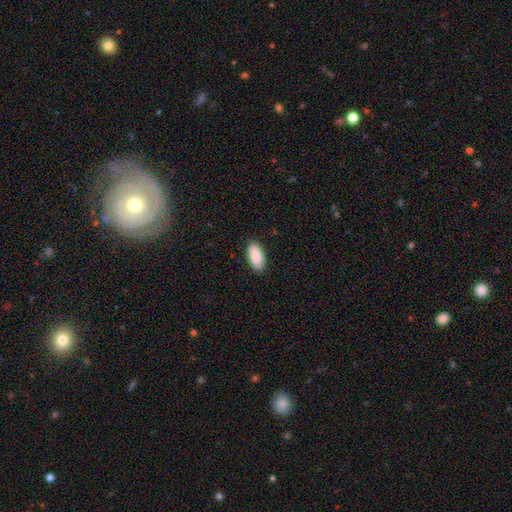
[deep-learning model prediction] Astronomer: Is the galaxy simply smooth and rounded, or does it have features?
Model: smooth — 87%.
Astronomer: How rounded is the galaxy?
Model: in between — 90%.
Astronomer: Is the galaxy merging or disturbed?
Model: none — 89%.